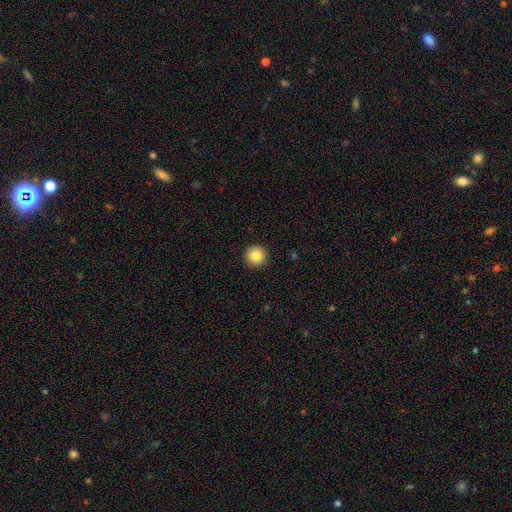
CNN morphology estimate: Smooth or featured? Predicted: smooth (p=0.86). How rounded? Predicted: round (p=0.96). Merging? Predicted: none (p=0.93).